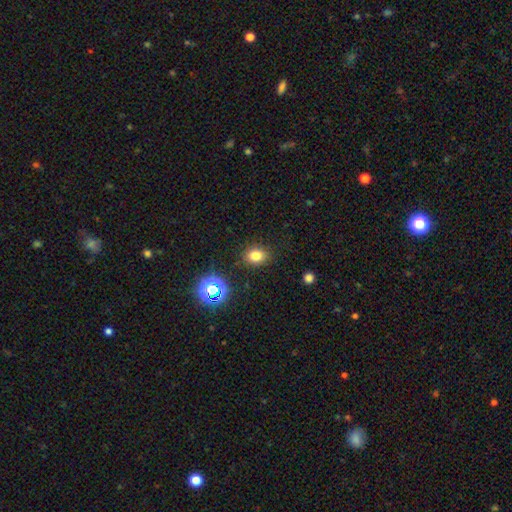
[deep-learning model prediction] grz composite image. It shows a smooth galaxy with no disk features (77%) that is in between round and cigar-shaped (58%). Merging: none (86%).